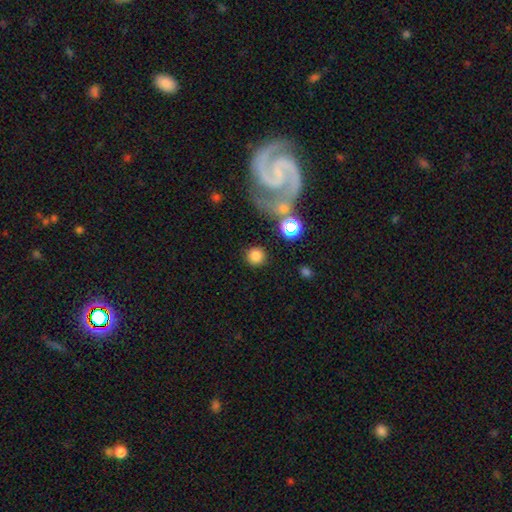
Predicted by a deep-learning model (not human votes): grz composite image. It shows a smooth galaxy with no disk features (79%) that is round (93%). Merging: none (85%).